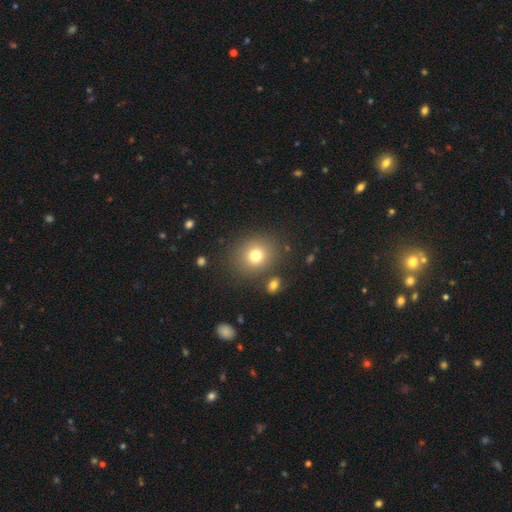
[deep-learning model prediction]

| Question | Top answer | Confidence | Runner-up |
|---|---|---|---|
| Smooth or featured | smooth | 76% | star or artifact (14%) |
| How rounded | round | 75% | in between (24%) |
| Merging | none | 83% | minor disturbance (9%) |